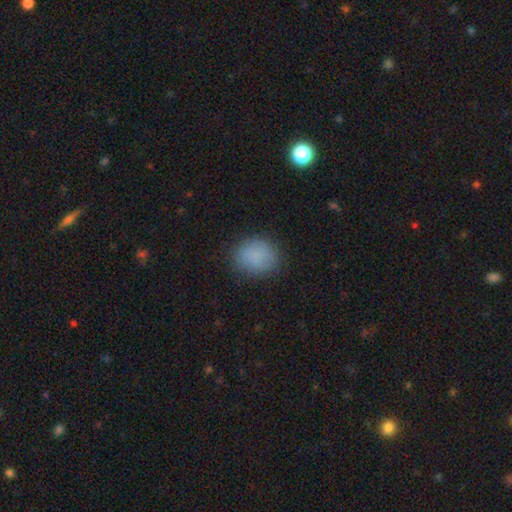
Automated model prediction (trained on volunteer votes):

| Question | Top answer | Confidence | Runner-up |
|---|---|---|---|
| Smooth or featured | smooth | 85% | star or artifact (9%) |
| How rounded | round | 64% | in between (35%) |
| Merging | none | 82% | minor disturbance (13%) |